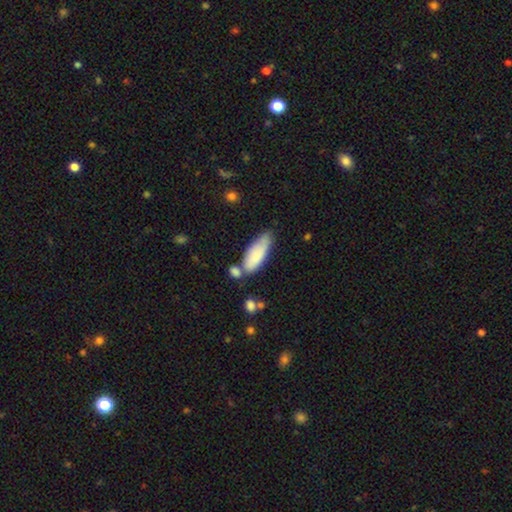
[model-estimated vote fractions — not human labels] Q: Smooth or featured?
A: smooth (80%); runner-up: featured or disk (14%)
Q: How rounded?
A: in between (64%); runner-up: cigar-shaped (34%)
Q: Merging?
A: none (49%); runner-up: minor disturbance (26%)